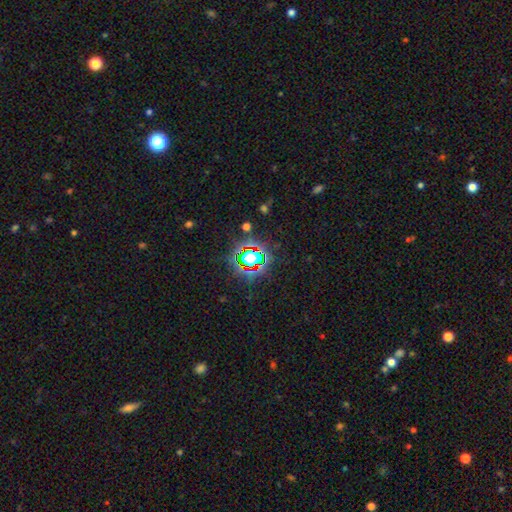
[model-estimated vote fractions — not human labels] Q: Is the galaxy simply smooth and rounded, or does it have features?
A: star or artifact — 72%.